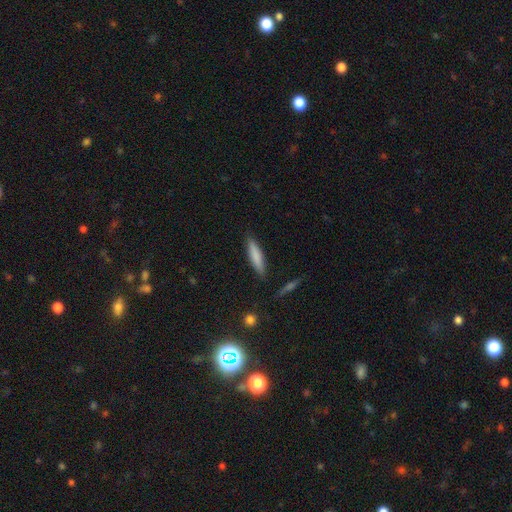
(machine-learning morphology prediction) Smooth or featured: smooth — 80% (featured or disk — 15%)
How rounded: cigar-shaped — 81% (in between — 18%)
Merging: none — 87% (minor disturbance — 9%)